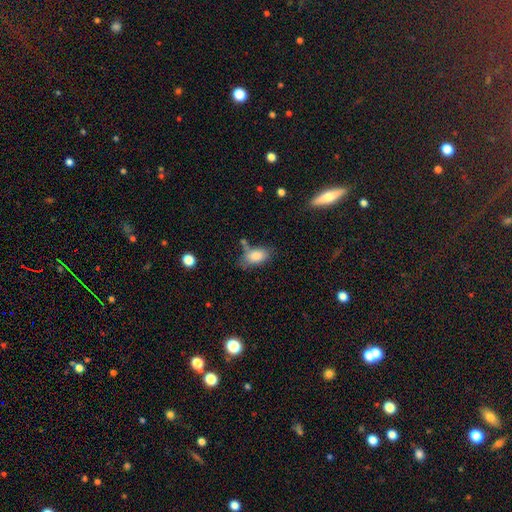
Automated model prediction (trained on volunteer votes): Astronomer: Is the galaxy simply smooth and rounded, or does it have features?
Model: smooth — 83%.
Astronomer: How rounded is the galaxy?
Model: in between — 90%.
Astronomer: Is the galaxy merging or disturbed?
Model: none — 58%.